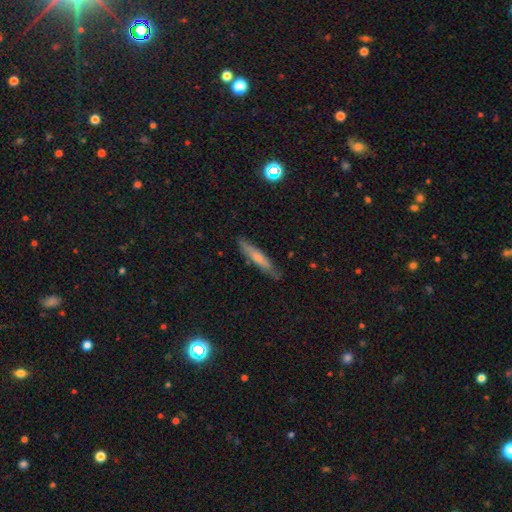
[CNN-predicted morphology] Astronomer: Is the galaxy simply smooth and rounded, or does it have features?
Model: smooth — 54% (runner-up: featured or disk, 38%).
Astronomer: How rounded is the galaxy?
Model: cigar-shaped — 91%.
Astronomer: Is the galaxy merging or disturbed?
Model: none — 85%.